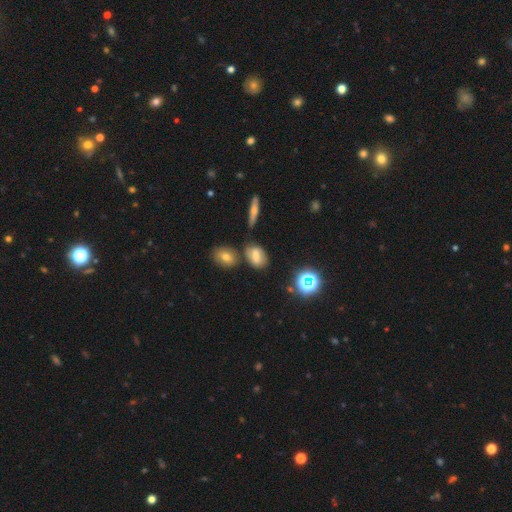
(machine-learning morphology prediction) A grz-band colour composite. It shows a smooth galaxy with no disk features (62%) that is in between round and cigar-shaped (79%). Merging: none (70%).